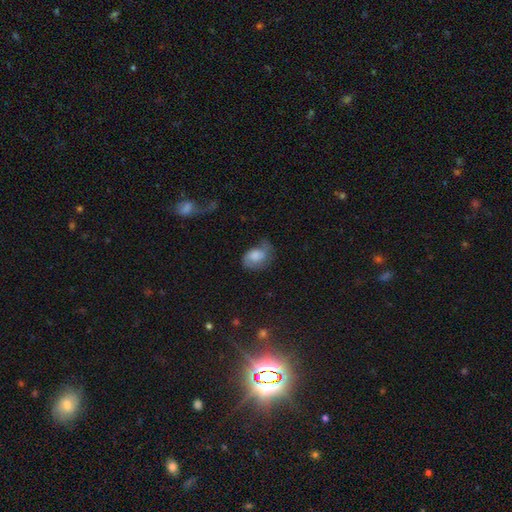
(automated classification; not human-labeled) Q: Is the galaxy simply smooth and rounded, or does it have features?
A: smooth — 57%.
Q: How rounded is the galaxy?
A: in between — 72%.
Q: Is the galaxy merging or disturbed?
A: none — 37%.